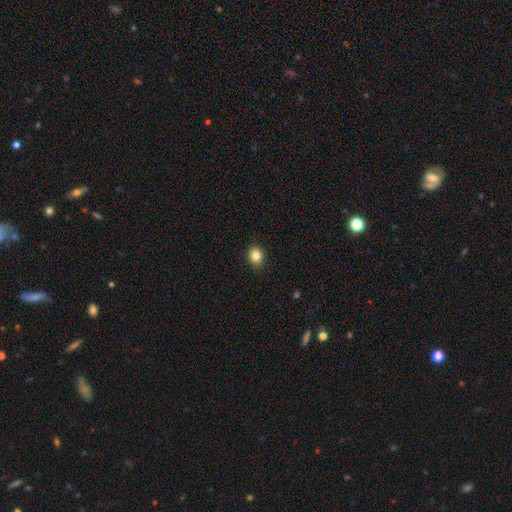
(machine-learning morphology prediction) Smooth or featured? Predicted: smooth (p=0.84). How rounded? Predicted: round (p=0.56). Merging? Predicted: none (p=0.88).